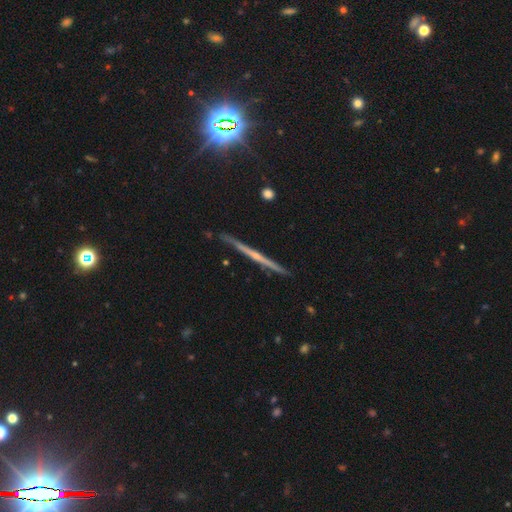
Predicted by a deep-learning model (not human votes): Smooth or featured: featured or disk — 64% (smooth — 18%)
Edge-on disk: yes — 94% (no — 6%)
Edge-on bulge: rounded — 48% (none — 41%)
Merging: none — 85% (minor disturbance — 9%)